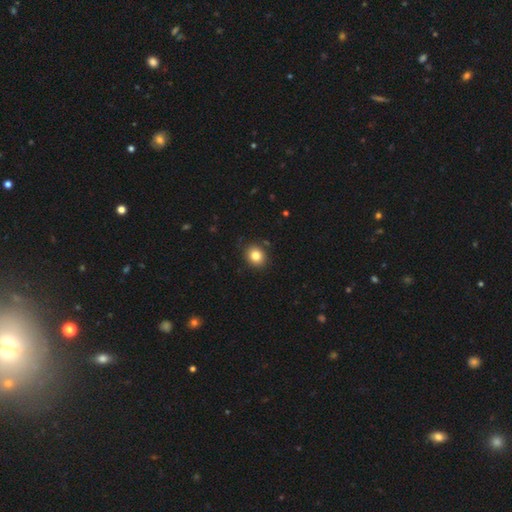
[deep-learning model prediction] Overall: smooth (82%). How rounded: round (69%; in between 31%). Merging: none (88%).